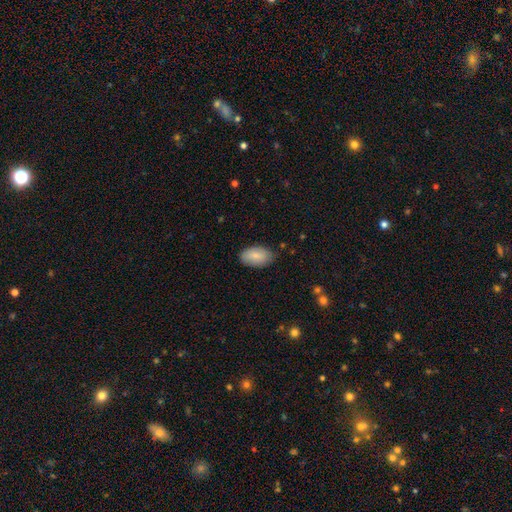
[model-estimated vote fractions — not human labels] This appears to be a smooth galaxy with no disk features (85%) that is in between round and cigar-shaped (94%). Merging: none (80%).